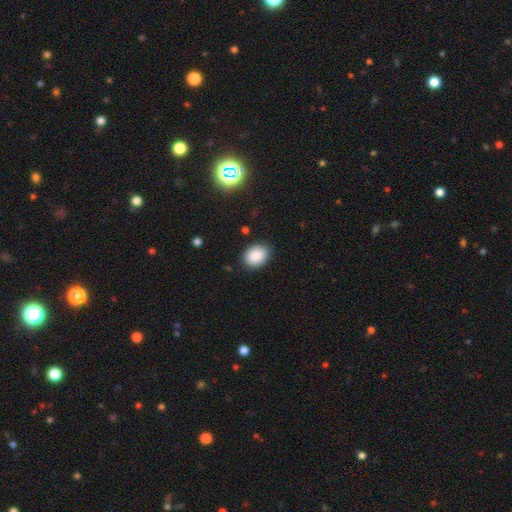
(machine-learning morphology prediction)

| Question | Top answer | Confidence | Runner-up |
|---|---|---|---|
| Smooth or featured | smooth | 87% | star or artifact (8%) |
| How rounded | in between | 69% | round (31%) |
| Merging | none | 85% | minor disturbance (11%) |